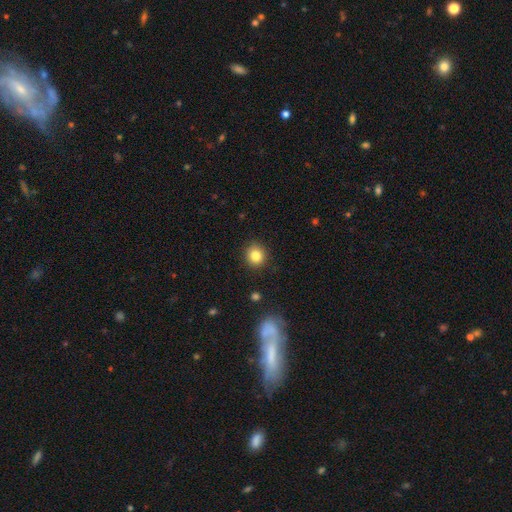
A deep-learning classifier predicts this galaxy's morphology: A smooth galaxy with no disk features (84%) that is round (86%).

Vote fractions:
- Smooth or featured? smooth: 84% / star or artifact: 11% / featured or disk: 6%
- How rounded? round: 86% / in between: 14% / cigar-shaped: 1%
- Merging? none: 89% / minor disturbance: 8% / major disturbance: 2% / merger: 1%